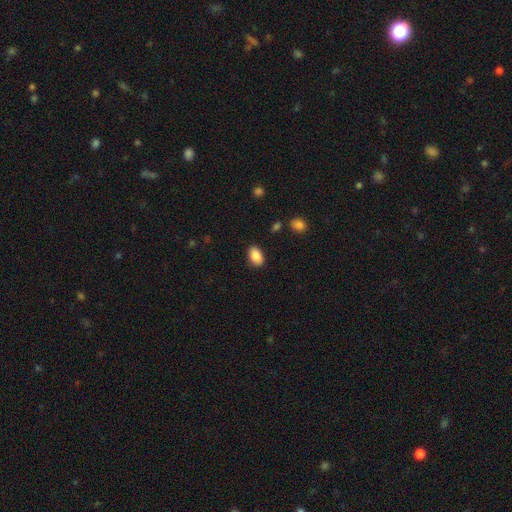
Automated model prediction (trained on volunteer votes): smooth 88%, star or artifact 7%, featured or disk 5%. Down the decision tree: how rounded — in between (91%); merging — none (86%).